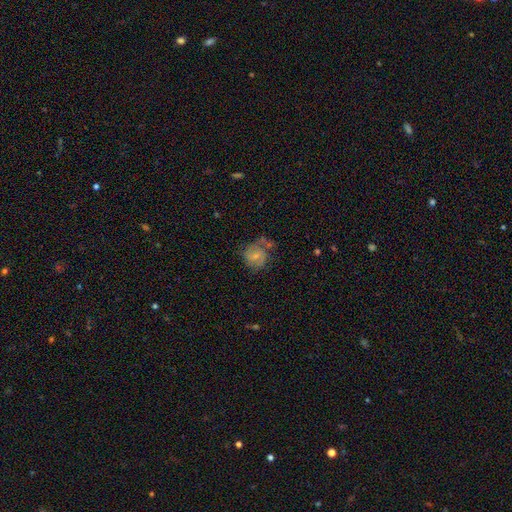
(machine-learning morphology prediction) Smooth or featured? featured or disk (51%)
Edge-on disk? no (98%)
Merging? none (45%)